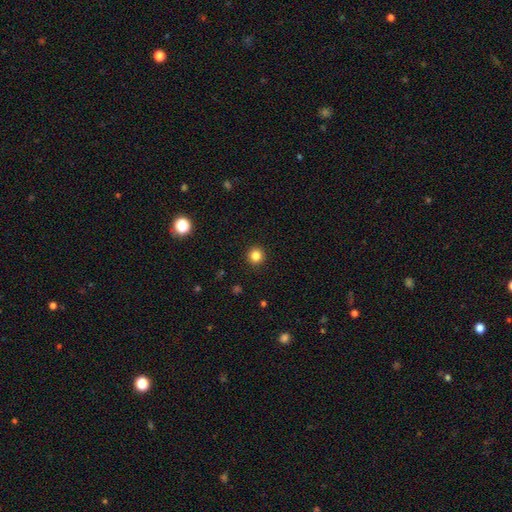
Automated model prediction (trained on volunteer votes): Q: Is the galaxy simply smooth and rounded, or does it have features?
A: smooth — 84%.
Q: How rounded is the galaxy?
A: round — 95%.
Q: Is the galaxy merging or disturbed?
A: none — 93%.